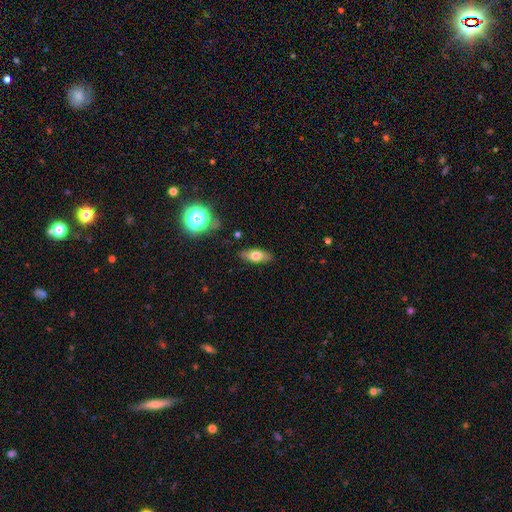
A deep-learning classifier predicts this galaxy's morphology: Smooth or featured? smooth (67%)
How rounded? in between (75%)
Merging? none (83%)